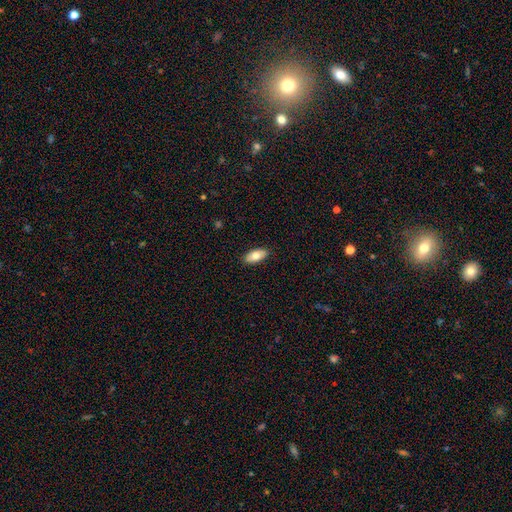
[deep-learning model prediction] Morphology: type=smooth (75%); roundness=in between (90%); merging=none (89%).